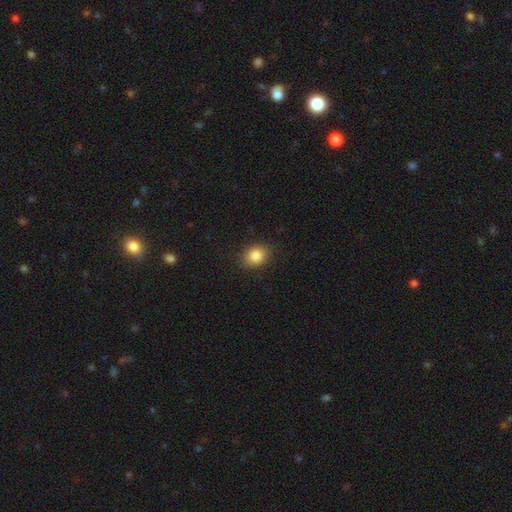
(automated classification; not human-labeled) Smooth or featured: smooth — 84% (star or artifact — 10%)
How rounded: in between — 51% (round — 48%)
Merging: none — 88% (minor disturbance — 9%)